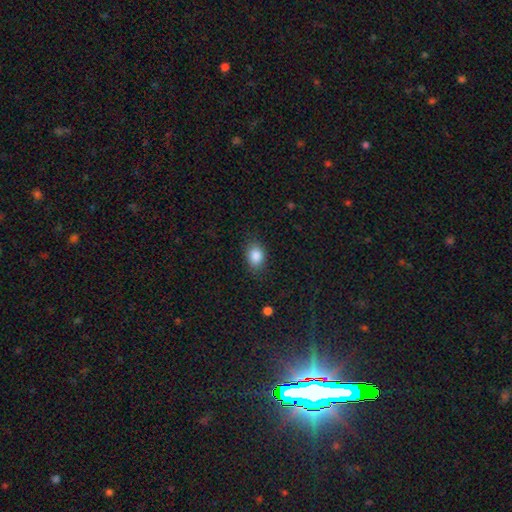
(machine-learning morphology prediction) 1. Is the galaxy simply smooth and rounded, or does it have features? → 87% smooth, 9% star or artifact, 5% featured or disk.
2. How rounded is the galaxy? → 74% in between, 24% round, 1% cigar-shaped.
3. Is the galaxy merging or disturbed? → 82% none, 13% minor disturbance, 4% major disturbance, 1% merger.